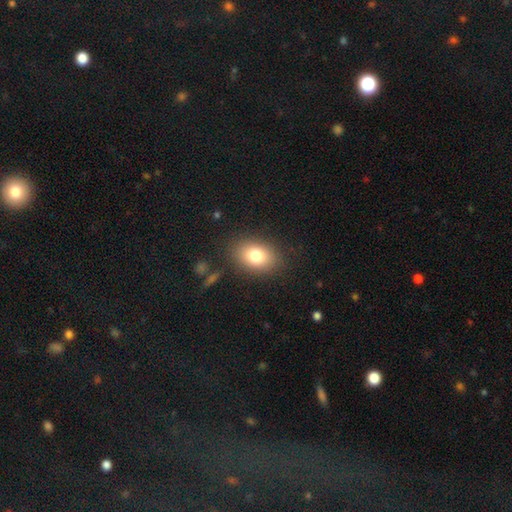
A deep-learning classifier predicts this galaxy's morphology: This appears to be a smooth galaxy with no disk features (79%) that is in between round and cigar-shaped (76%). Merging: none (84%).